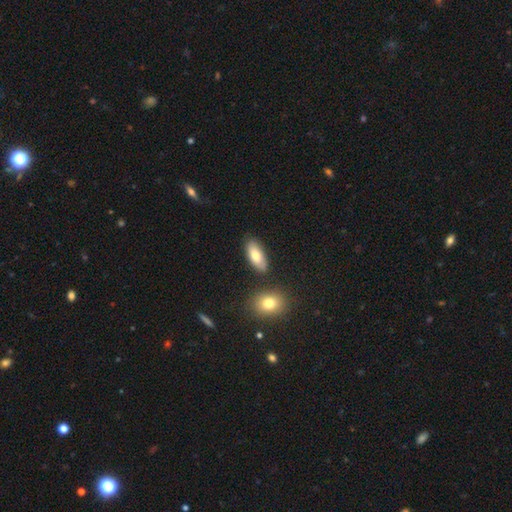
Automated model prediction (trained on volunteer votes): Smooth or featured?
  - smooth: 75% *
  - featured or disk: 19%
  - star or artifact: 6%
How rounded?
  - in between: 87% *
  - cigar-shaped: 11%
  - round: 3%
Merging?
  - none: 80% *
  - minor disturbance: 11%
  - merger: 6%
  - major disturbance: 3%